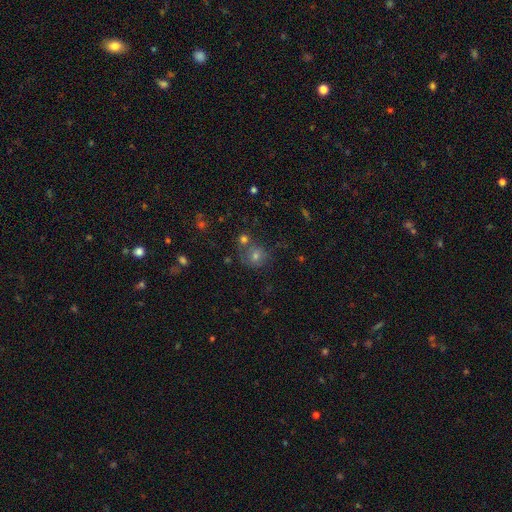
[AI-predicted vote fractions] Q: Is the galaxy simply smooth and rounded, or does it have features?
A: smooth — 61%.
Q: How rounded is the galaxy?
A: round — 82%.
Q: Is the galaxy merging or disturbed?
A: none — 59%.